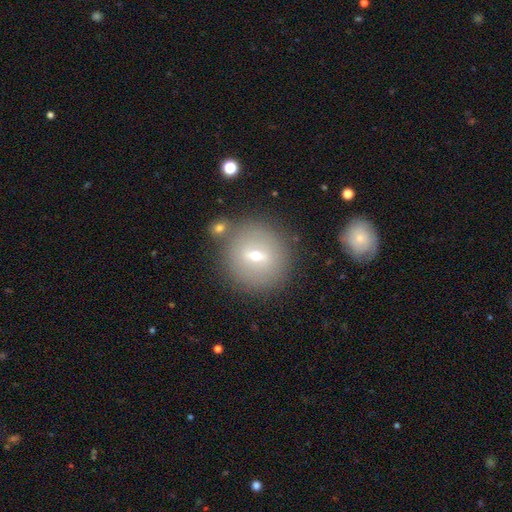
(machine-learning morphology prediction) Smooth or featured? smooth (54%)
How rounded? round (90%)
Merging? none (80%)